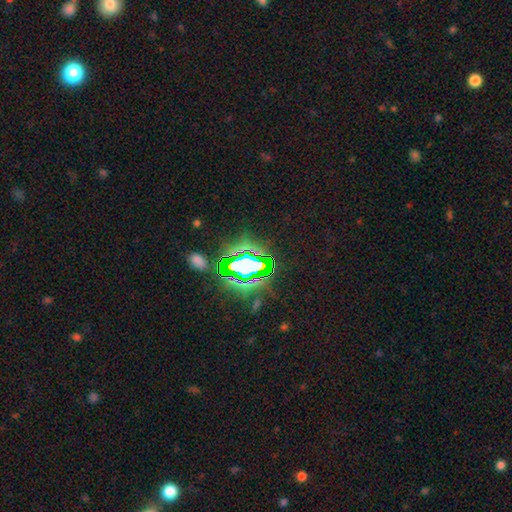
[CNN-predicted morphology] This is likely a star or artifact rather than a galaxy (75%).